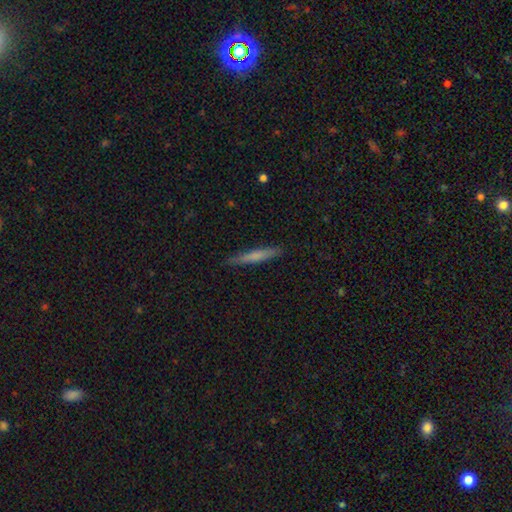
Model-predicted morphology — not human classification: Q: Smooth or featured?
A: smooth (66%); runner-up: featured or disk (28%)
Q: How rounded?
A: cigar-shaped (95%); runner-up: in between (4%)
Q: Merging?
A: none (88%); runner-up: minor disturbance (9%)